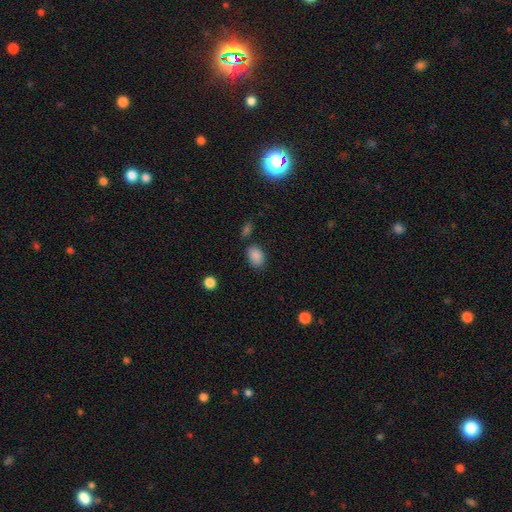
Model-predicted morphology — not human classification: smooth_or_featured: smooth (p=0.87) [alt: star or artifact p=0.09]
how_rounded: in between (p=0.76) [alt: round p=0.22]
merging: none (p=0.73) [alt: minor disturbance p=0.17]